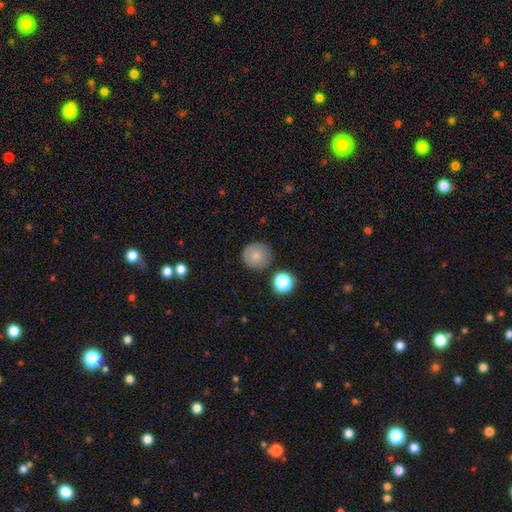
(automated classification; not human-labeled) A smooth galaxy with no disk features (78%) that is round (94%). Merging: none (84%).